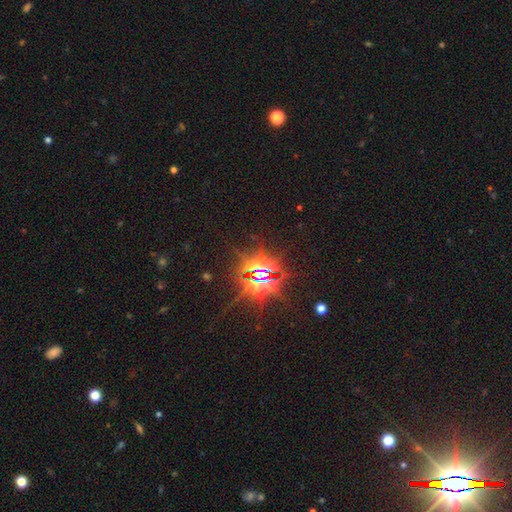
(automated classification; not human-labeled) smooth-or-featured: star or artifact: 86% | smooth: 8% | featured or disk: 5%